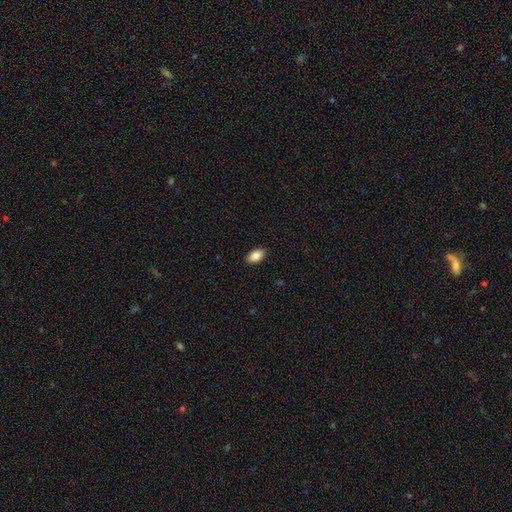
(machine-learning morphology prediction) smooth_or_featured: smooth (p=0.85) [alt: featured or disk p=0.07]
how_rounded: in between (p=0.93) [alt: round p=0.04]
merging: none (p=0.89) [alt: minor disturbance p=0.08]